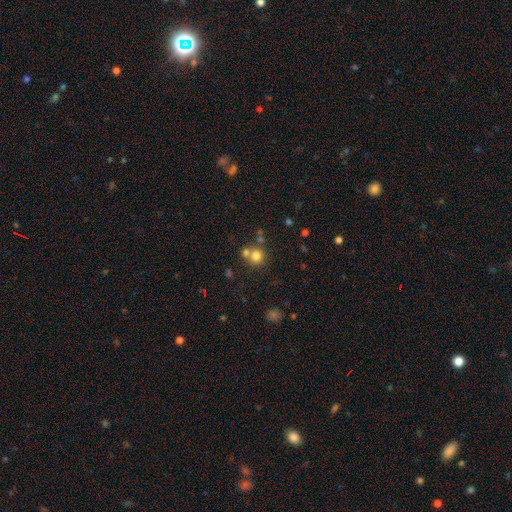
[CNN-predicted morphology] smooth_or_featured: smooth (p=0.77) [alt: star or artifact p=0.14]
how_rounded: round (p=0.91) [alt: in between p=0.08]
merging: none (p=0.59) [alt: merger p=0.30]